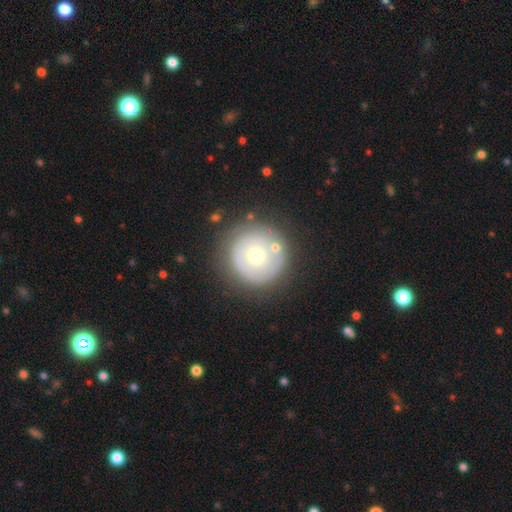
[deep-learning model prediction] smooth-or-featured: smooth: 52% | featured or disk: 40% | star or artifact: 9%
  how-rounded: round: 96% | in between: 3% | cigar-shaped: 1%
  merging: none: 76% | minor disturbance: 13% | major disturbance: 6% | merger: 6%